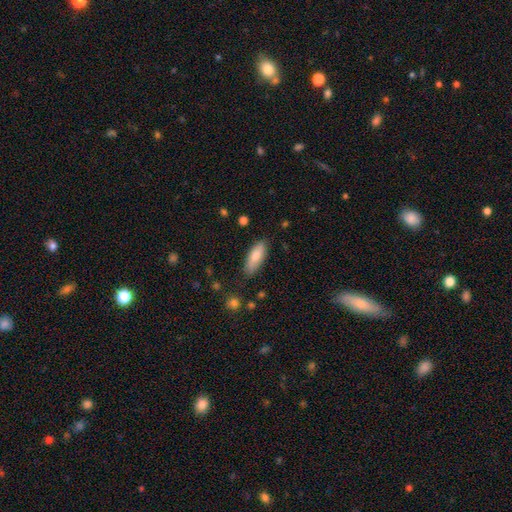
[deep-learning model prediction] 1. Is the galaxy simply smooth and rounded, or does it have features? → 79% smooth, 15% featured or disk, 6% star or artifact.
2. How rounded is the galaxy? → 68% in between, 31% cigar-shaped, 2% round.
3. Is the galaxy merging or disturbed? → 83% none, 13% minor disturbance, 3% major disturbance, 2% merger.